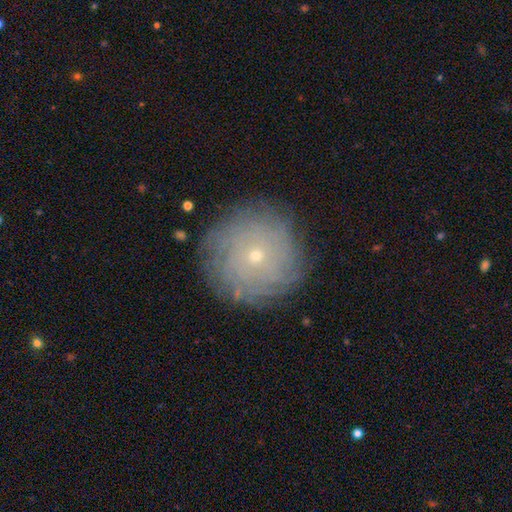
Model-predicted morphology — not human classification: A featured or disk galaxy (62%) with no bar (87%), spiral arms (81%) and a small central bulge (80%).

Vote fractions:
- Smooth or featured? featured or disk: 62% / smooth: 26% / star or artifact: 12%
- Edge-on disk? no: 97% / yes: 3%
- Bar? no: 87% / weak: 11% / strong: 3%
- Spiral arms? yes: 81% / no: 19%
- Bulge size? small: 80% / moderate: 16% / large: 1% / none: 1% / dominant: 1%
- Merging? none: 85% / minor disturbance: 10% / major disturbance: 4% / merger: 1%